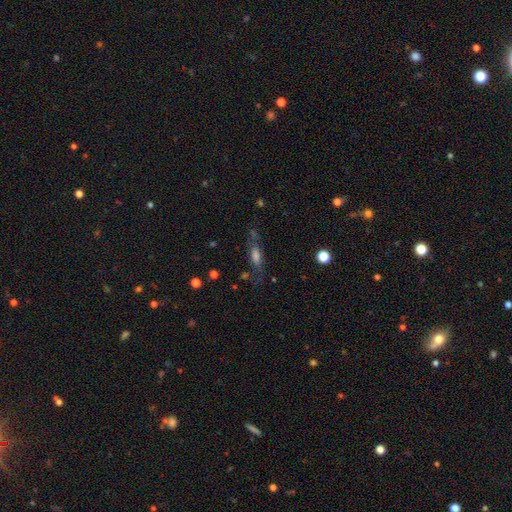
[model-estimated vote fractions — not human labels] smooth_or_featured: smooth (p=0.49) [alt: featured or disk p=0.39]
merging: none (p=0.65) [alt: minor disturbance p=0.19]